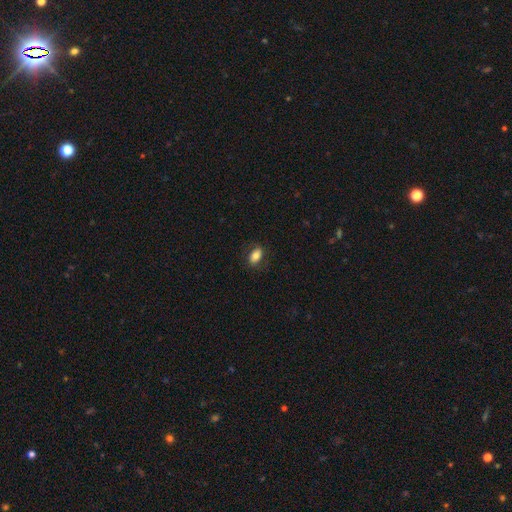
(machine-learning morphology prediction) Smooth or featured? Predicted: smooth (p=0.80). How rounded? Predicted: in between (p=0.89). Merging? Predicted: none (p=0.81).